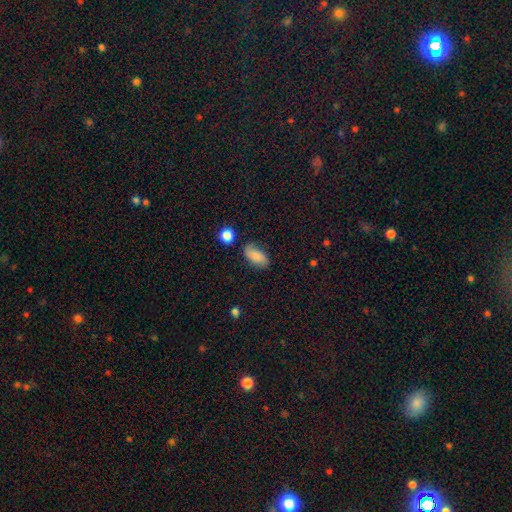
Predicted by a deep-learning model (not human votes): Morphology: type=smooth (75%); roundness=in between (92%); merging=none (72%).